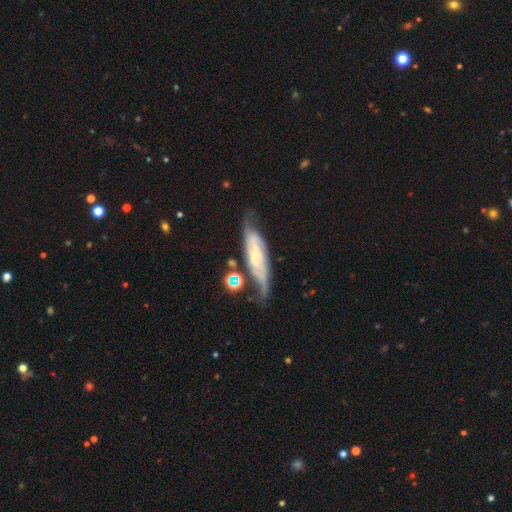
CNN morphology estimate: This is likely a featured or disk galaxy (74%). It is likely not viewed edge-on (77%). Bar: possibly no (50%). Spiral arm pattern: clearly yes (91%). Spiral arm count: likely 2 (66%). Spiral winding: marginally tight (42%). Central bulge: likely small (63%). Merging: possibly none (57%).